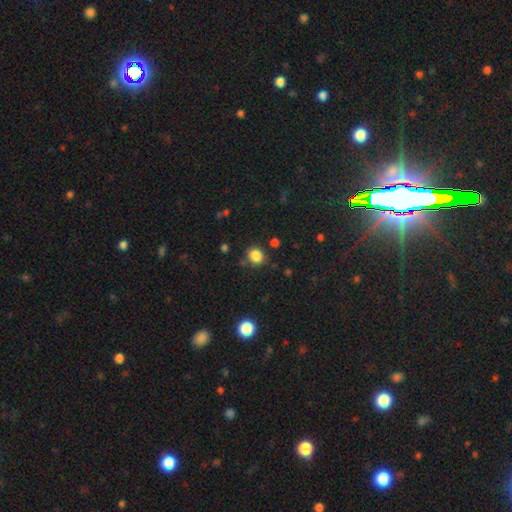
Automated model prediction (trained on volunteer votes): smooth 84%, star or artifact 12%, featured or disk 4%. Down the decision tree: how rounded — round (70%); merging — none (80%).